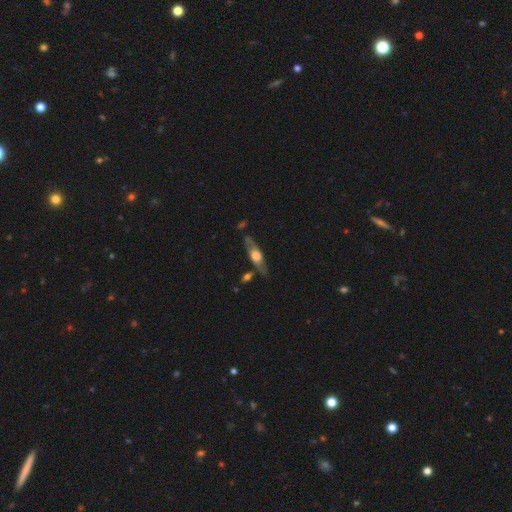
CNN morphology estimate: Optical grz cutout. It shows a featured or disk galaxy (63%) viewed edge-on (73%). Merging: none (70%).